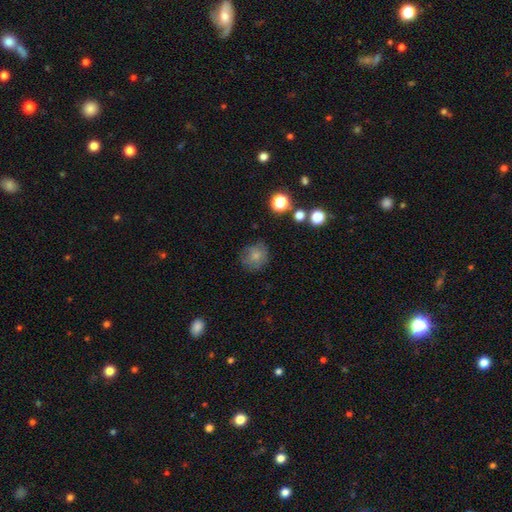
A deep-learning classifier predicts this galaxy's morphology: type=smooth (78%); roundness=round (85%); merging=none (75%).